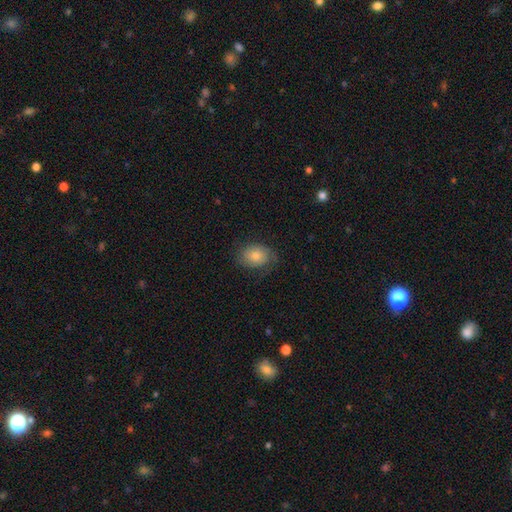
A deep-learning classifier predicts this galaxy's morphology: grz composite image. It shows a smooth galaxy with no disk features (69%) that is in between round and cigar-shaped (65%). Merging: none (63%).